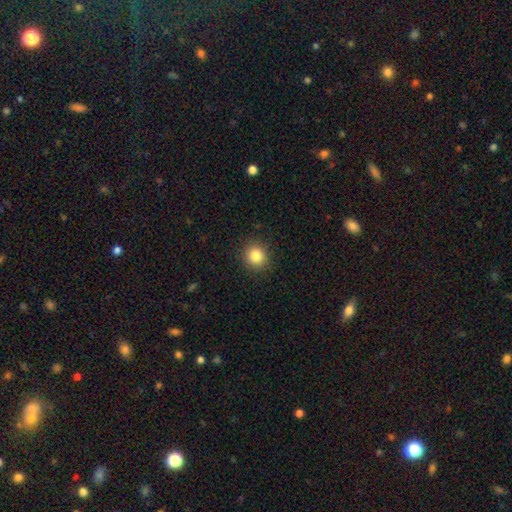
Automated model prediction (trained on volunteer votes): Smooth or featured? smooth (84%)
How rounded? round (88%)
Merging? none (90%)